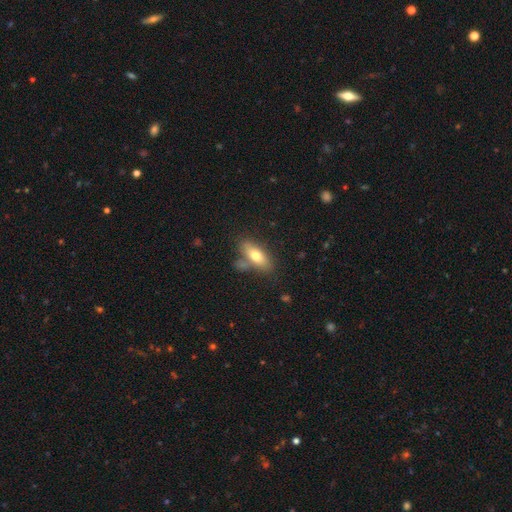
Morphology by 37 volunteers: A smooth galaxy with no disk features (76%) that is in between round and cigar-shaped (75%). Merging: none (60%).